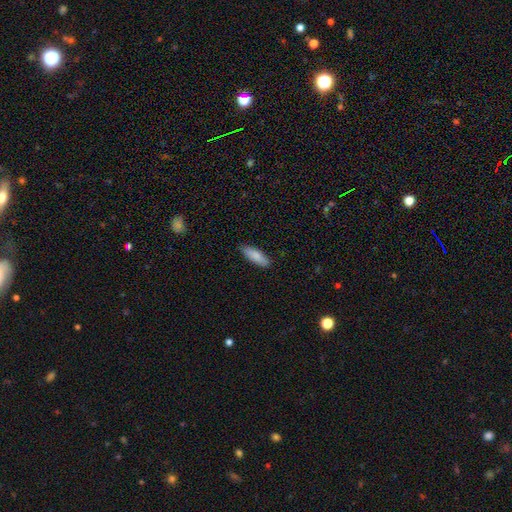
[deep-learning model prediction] A smooth galaxy with no disk features (85%) that is in between round and cigar-shaped (52%).

Vote fractions:
- Smooth or featured? smooth: 85% / featured or disk: 9% / star or artifact: 6%
- How rounded? in between: 52% / cigar-shaped: 46% / round: 2%
- Merging? none: 86% / minor disturbance: 11% / major disturbance: 2% / merger: 1%